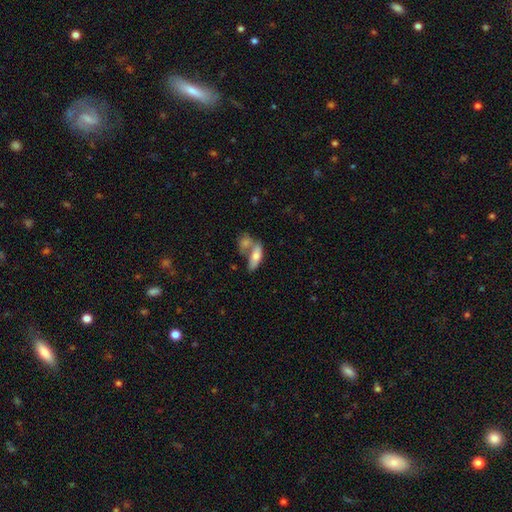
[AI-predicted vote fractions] Morphology: type=smooth (70%); roundness=in between (74%); merging=merger (53%).